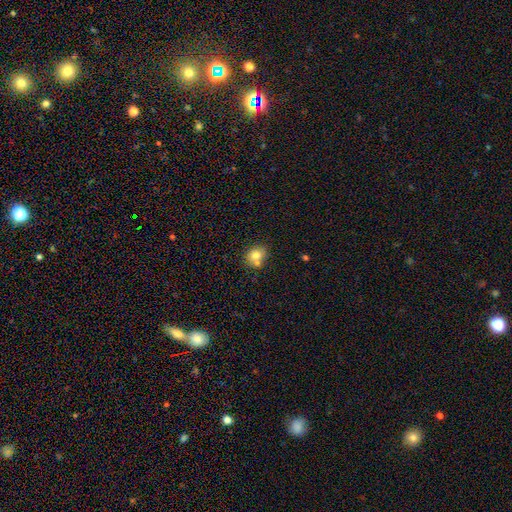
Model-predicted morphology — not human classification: type=smooth (75%); roundness=round (68%); merging=none (57%).